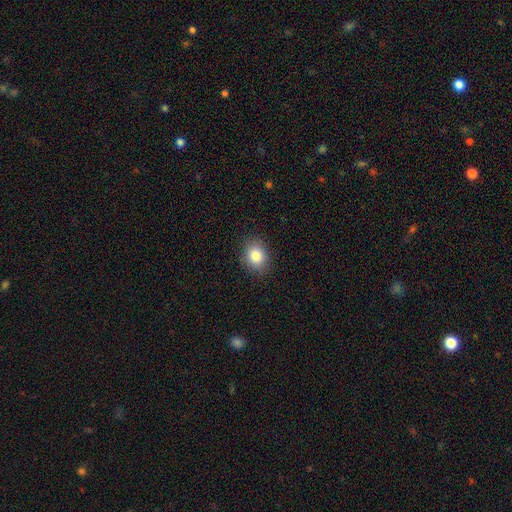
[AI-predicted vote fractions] smooth 83%, star or artifact 10%, featured or disk 7%. Down the decision tree: how rounded — in between (52%); merging — none (87%).